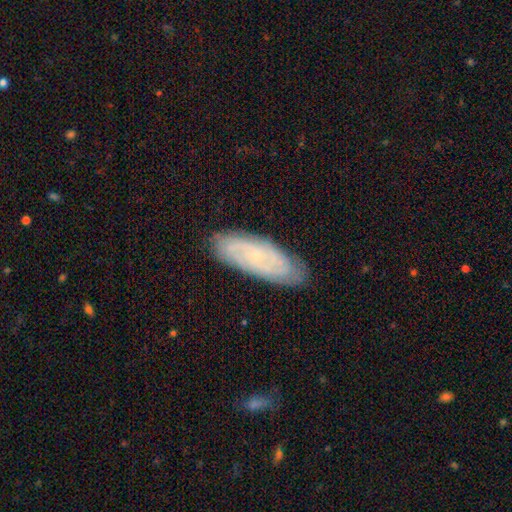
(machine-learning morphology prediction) featured or disk 62%, smooth 31%, star or artifact 8%. Down the decision tree: edge-on disk — no (85%); bar — no (74%); spiral arms — yes (85%); bulge size — small (81%); merging — none (79%).